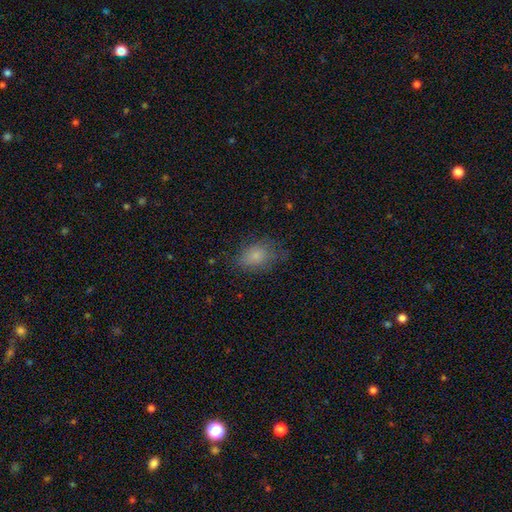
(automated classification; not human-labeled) smooth-or-featured: smooth: 79% | star or artifact: 11% | featured or disk: 10%
  how-rounded: in between: 79% | round: 20% | cigar-shaped: 2%
  merging: none: 66% | minor disturbance: 23% | major disturbance: 10% | merger: 1%